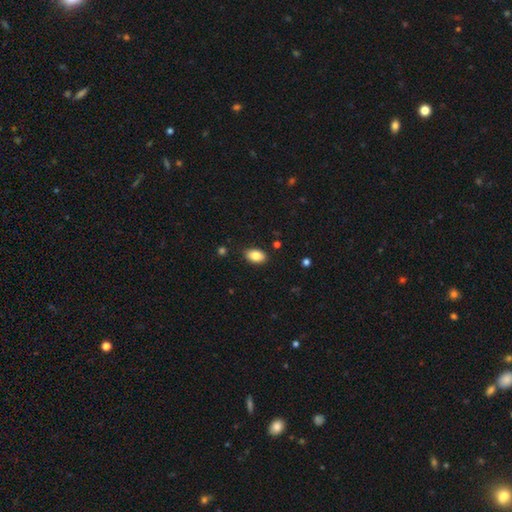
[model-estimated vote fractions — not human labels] Q: Smooth or featured?
A: smooth (84%); runner-up: featured or disk (8%)
Q: How rounded?
A: in between (91%); runner-up: round (8%)
Q: Merging?
A: none (86%); runner-up: minor disturbance (10%)